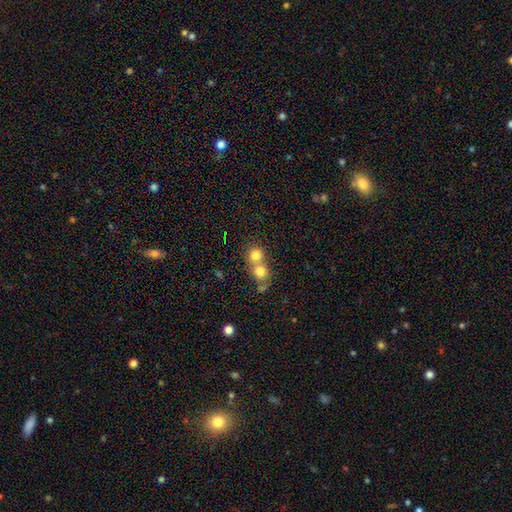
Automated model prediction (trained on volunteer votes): Overall: smooth (78%). How rounded: round (85%). Merging: merger (55%; none 37%).